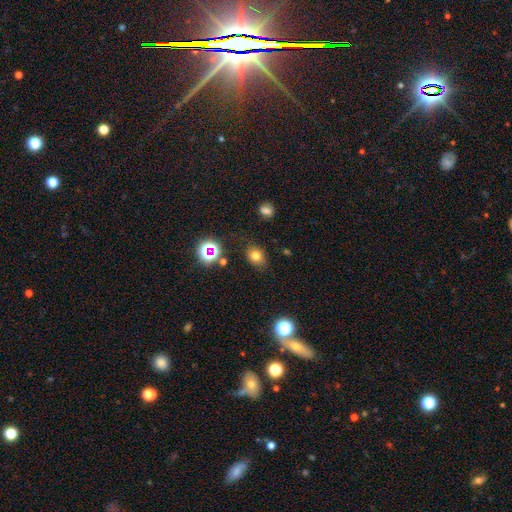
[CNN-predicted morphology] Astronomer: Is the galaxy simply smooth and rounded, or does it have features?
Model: smooth — 74%.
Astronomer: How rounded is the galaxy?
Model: in between — 53% (runner-up: round, 45%).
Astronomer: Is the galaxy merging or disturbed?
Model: none — 81%.